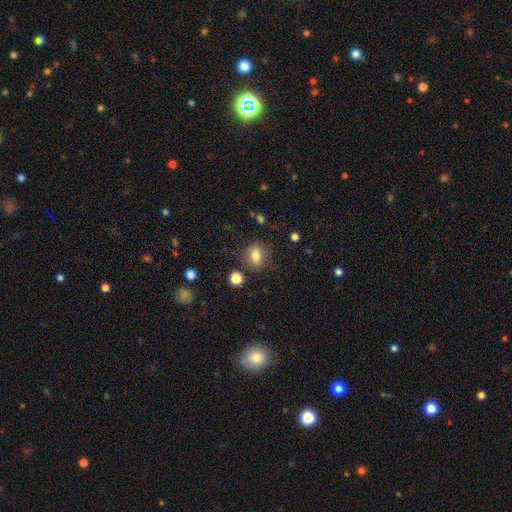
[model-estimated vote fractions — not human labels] This appears to be a smooth galaxy with no disk features (80%) that is round (58%). Merging: none (81%).